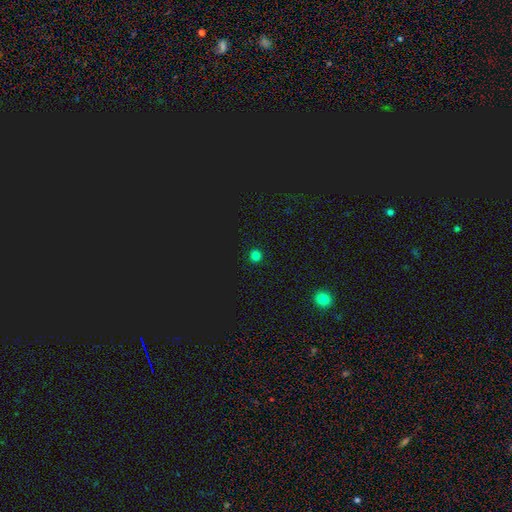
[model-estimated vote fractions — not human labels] Q: Smooth or featured?
A: smooth (76%); runner-up: star or artifact (20%)
Q: How rounded?
A: round (93%); runner-up: in between (6%)
Q: Merging?
A: none (92%); runner-up: minor disturbance (5%)